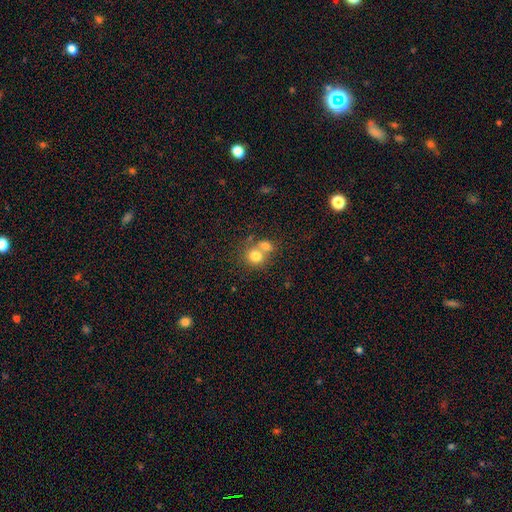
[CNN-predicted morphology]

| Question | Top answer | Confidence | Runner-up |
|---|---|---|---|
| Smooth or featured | smooth | 76% | featured or disk (13%) |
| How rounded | round | 74% | in between (25%) |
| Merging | merger | 53% | none (37%) |